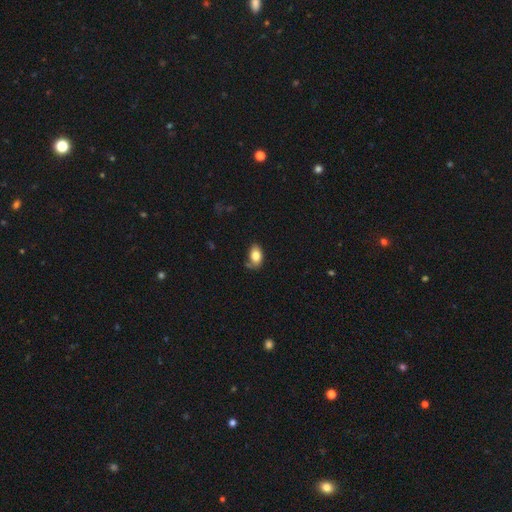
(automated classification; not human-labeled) Smooth or featured: smooth — 80% (featured or disk — 12%)
How rounded: in between — 87% (round — 11%)
Merging: none — 62% (minor disturbance — 26%)